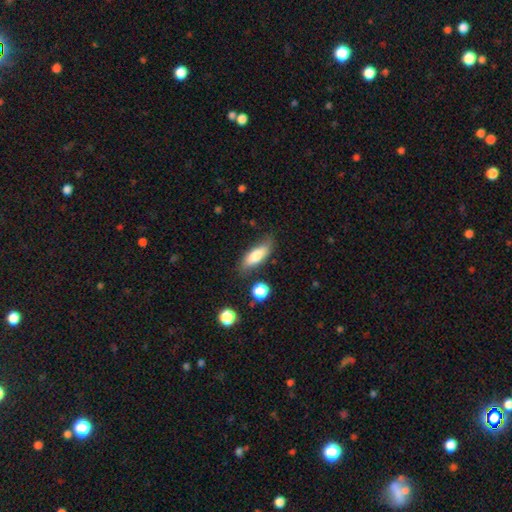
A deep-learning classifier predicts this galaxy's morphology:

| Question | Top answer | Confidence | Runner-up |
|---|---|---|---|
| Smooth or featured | smooth | 76% | featured or disk (16%) |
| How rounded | in between | 66% | cigar-shaped (31%) |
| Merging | none | 73% | minor disturbance (18%) |